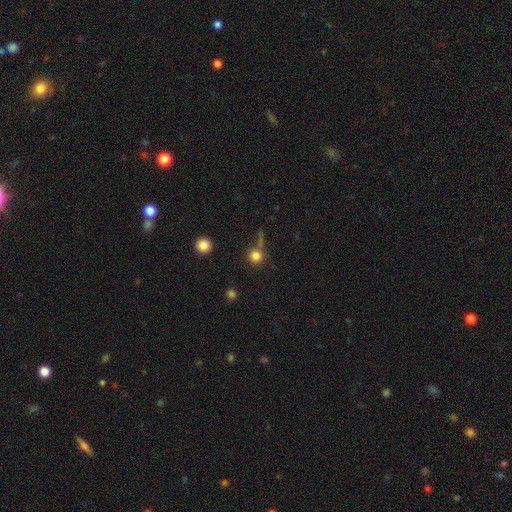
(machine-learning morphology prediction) smooth_or_featured: smooth (p=0.81) [alt: star or artifact p=0.13]
how_rounded: round (p=0.92) [alt: in between p=0.06]
merging: none (p=0.68) [alt: merger p=0.14]